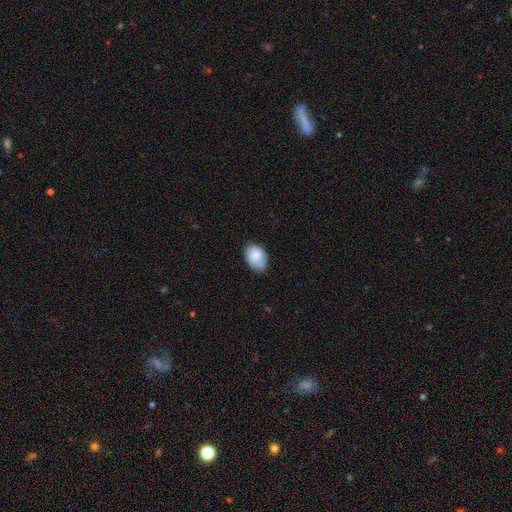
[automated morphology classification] smooth 71%, featured or disk 21%, star or artifact 7%. Down the decision tree: how rounded — in between (80%); merging — none (69%).